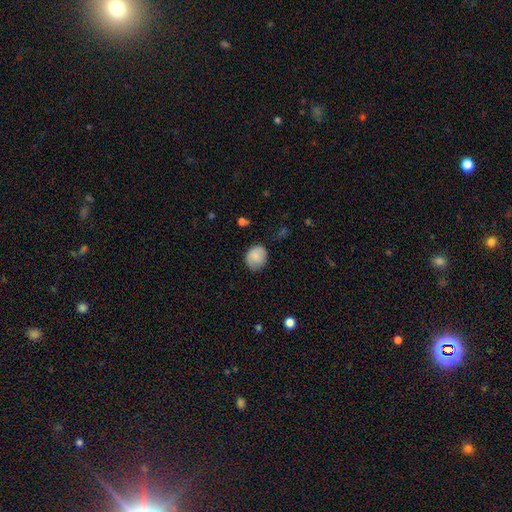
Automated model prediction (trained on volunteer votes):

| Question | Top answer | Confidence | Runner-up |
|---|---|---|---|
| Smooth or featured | smooth | 83% | featured or disk (9%) |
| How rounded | round | 67% | in between (32%) |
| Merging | none | 75% | minor disturbance (20%) |